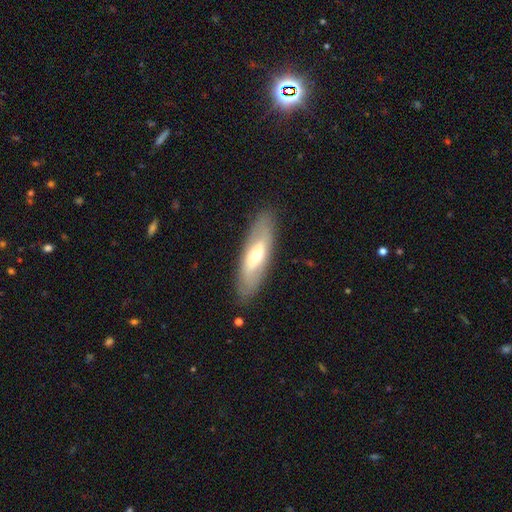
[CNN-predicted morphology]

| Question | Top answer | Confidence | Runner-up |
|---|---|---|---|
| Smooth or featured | featured or disk | 51% | smooth (43%) |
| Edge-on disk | no | 69% | yes (31%) |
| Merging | none | 85% | minor disturbance (10%) |